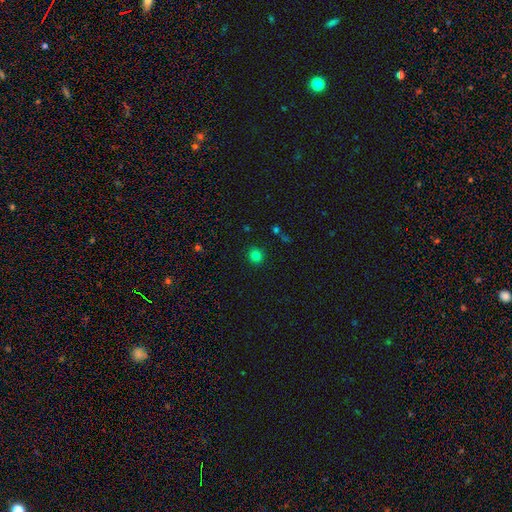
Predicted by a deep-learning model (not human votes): Smooth or featured?
  - smooth: 80% *
  - star or artifact: 15%
  - featured or disk: 5%
How rounded?
  - round: 84% *
  - in between: 15%
  - cigar-shaped: 1%
Merging?
  - none: 89% *
  - minor disturbance: 7%
  - major disturbance: 2%
  - merger: 2%